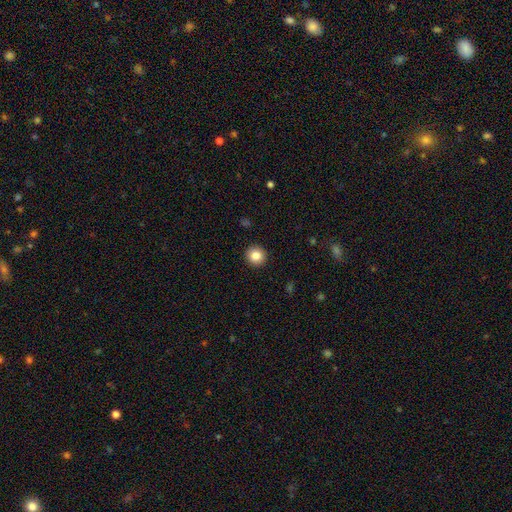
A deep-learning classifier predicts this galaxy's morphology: Smooth or featured? smooth (84%)
How rounded? round (94%)
Merging? none (93%)